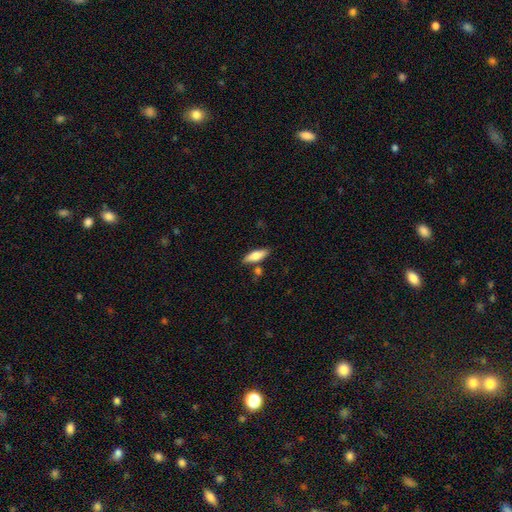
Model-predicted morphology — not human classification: Q: Smooth or featured?
A: smooth (75%); runner-up: featured or disk (19%)
Q: How rounded?
A: in between (56%); runner-up: cigar-shaped (42%)
Q: Merging?
A: none (78%); runner-up: minor disturbance (12%)